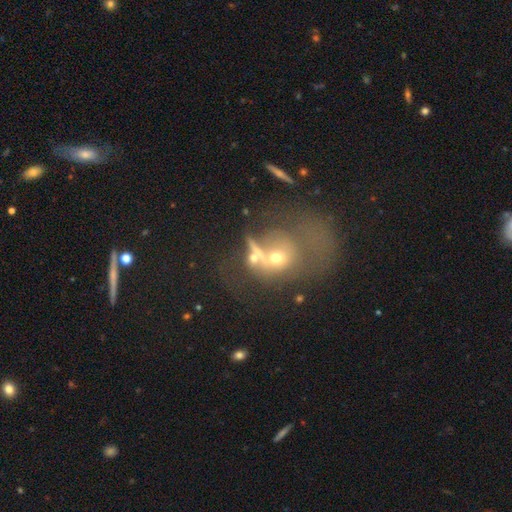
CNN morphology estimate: A smooth galaxy with no disk features (48%). Merging: merger (43%).